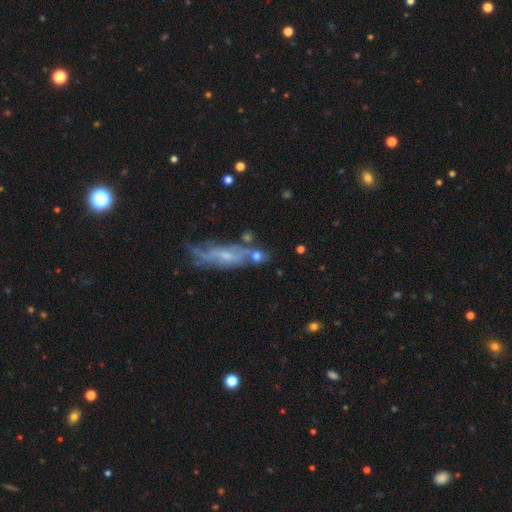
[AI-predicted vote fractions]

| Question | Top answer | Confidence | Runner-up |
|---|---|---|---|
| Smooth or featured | featured or disk | 59% | smooth (29%) |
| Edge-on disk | no | 66% | yes (34%) |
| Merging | none | 43% | minor disturbance (23%) |